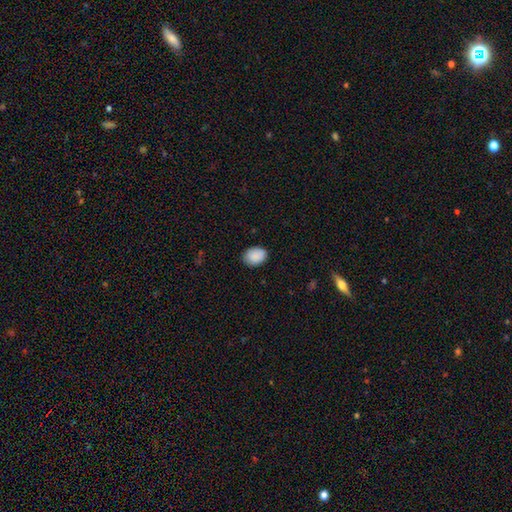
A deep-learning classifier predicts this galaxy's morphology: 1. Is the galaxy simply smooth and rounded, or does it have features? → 90% smooth, 7% star or artifact, 3% featured or disk.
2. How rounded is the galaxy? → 63% in between, 37% round, 1% cigar-shaped.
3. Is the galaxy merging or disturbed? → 84% none, 13% minor disturbance, 2% major disturbance, 1% merger.